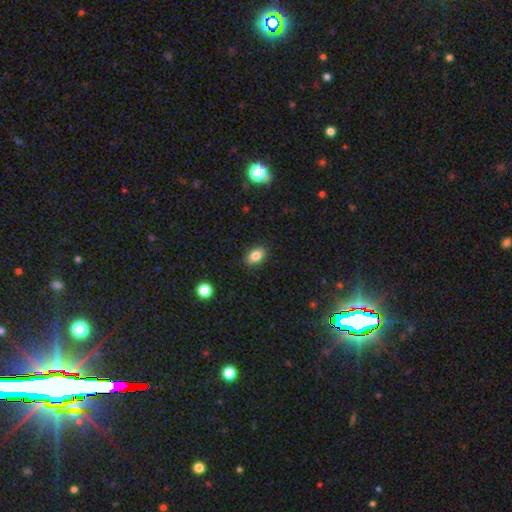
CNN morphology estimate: smooth_or_featured: smooth (p=0.83) [alt: star or artifact p=0.09]
how_rounded: in between (p=0.87) [alt: round p=0.11]
merging: none (p=0.88) [alt: minor disturbance p=0.09]